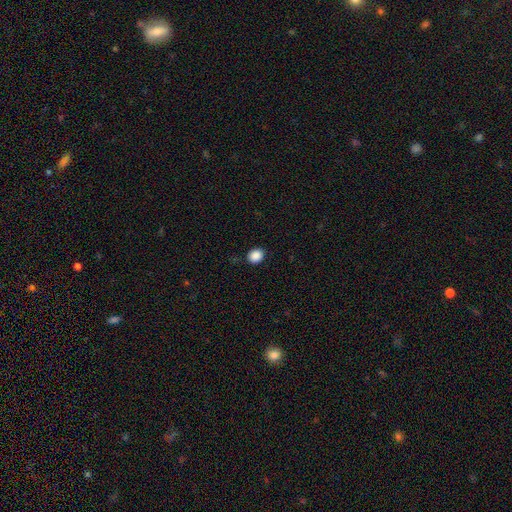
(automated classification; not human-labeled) Morphology: type=smooth (88%); roundness=round (66%); merging=none (89%).